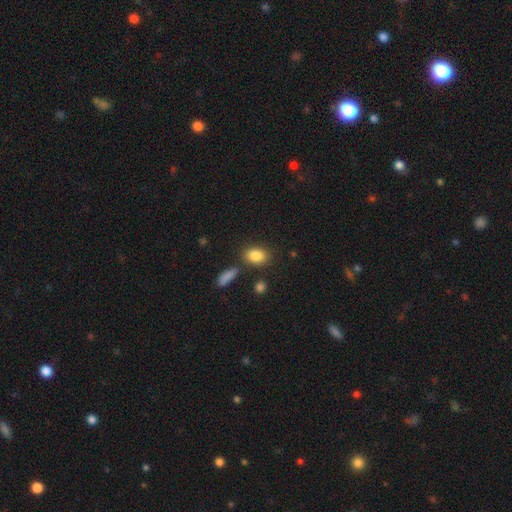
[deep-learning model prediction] smooth_or_featured: smooth (p=0.85) [alt: star or artifact p=0.08]
how_rounded: in between (p=0.78) [alt: round p=0.19]
merging: none (p=0.76) [alt: minor disturbance p=0.12]